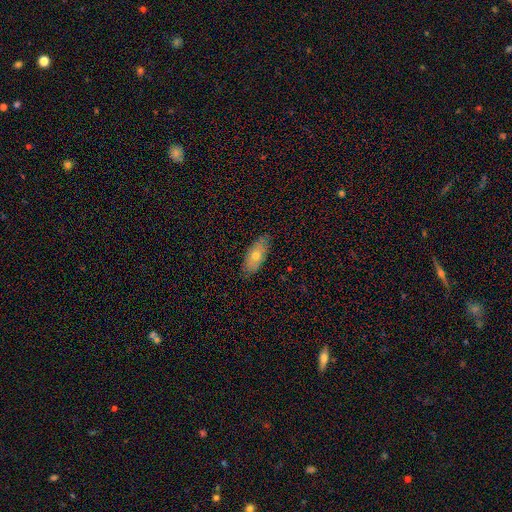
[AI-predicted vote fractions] Smooth or featured? Predicted: smooth (p=0.66). How rounded? Predicted: in between (p=0.84). Merging? Predicted: none (p=0.84).